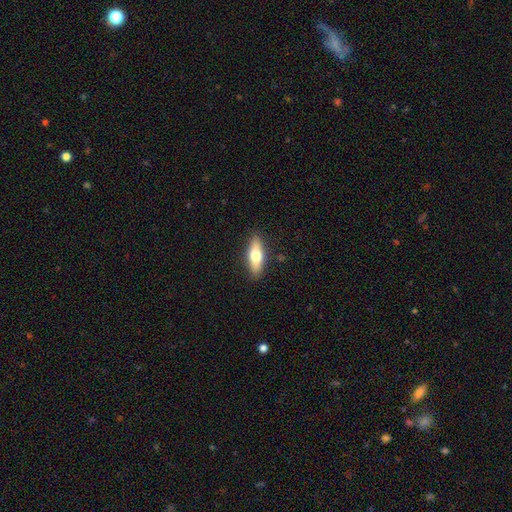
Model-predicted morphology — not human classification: A smooth galaxy with no disk features (65%) that is in between round and cigar-shaped (61%). Merging: none (88%).